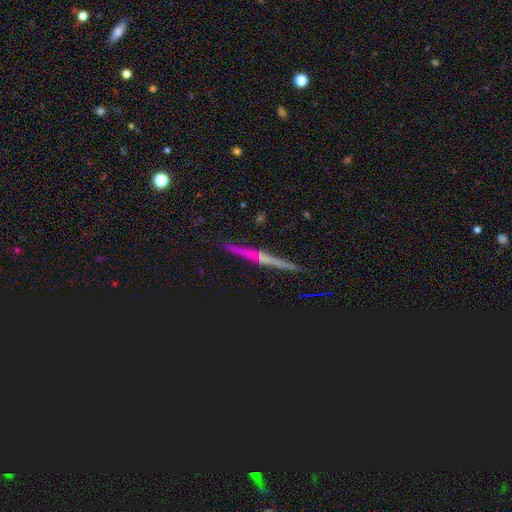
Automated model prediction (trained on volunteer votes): smooth_or_featured: featured or disk (p=0.60) [alt: smooth p=0.20]
disk_edge_on: yes (p=0.97) [alt: no p=0.03]
edge_on_bulge: rounded (p=0.53) [alt: none p=0.36]
merging: none (p=0.92) [alt: minor disturbance p=0.06]